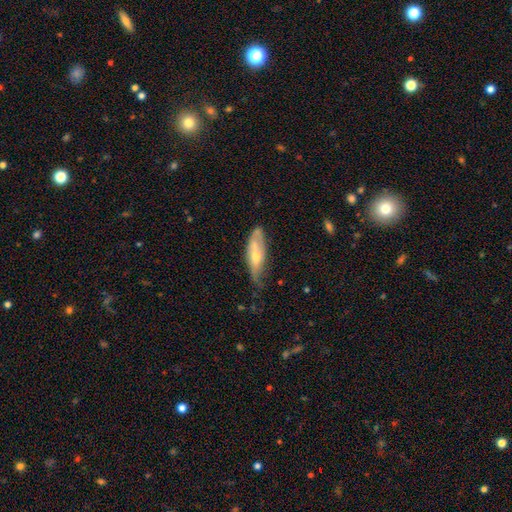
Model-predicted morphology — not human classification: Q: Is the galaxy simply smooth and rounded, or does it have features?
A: featured or disk — 52%.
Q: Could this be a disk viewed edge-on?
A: no — 61%.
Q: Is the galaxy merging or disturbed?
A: none — 52%.